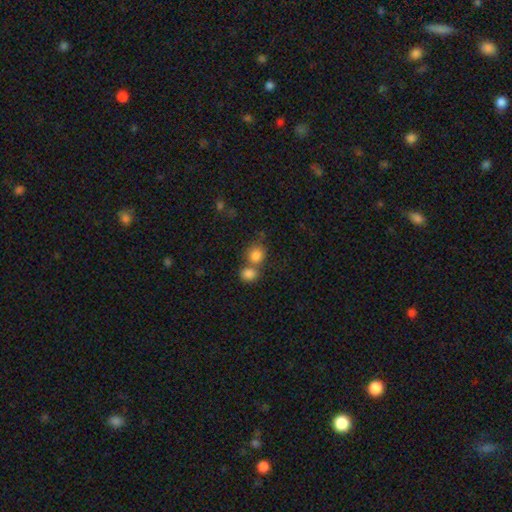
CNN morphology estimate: This appears to be a smooth galaxy with no disk features (83%) that is round (74%). Merging: merger (47%).